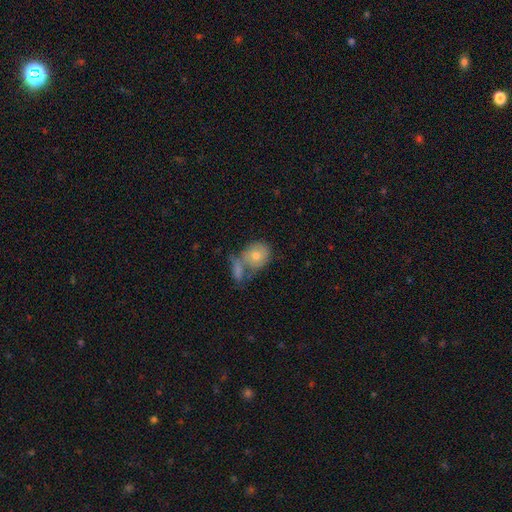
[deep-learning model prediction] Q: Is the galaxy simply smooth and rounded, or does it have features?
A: smooth — 60%.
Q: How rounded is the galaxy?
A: round — 53%.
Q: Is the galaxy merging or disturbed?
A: merger — 42%.